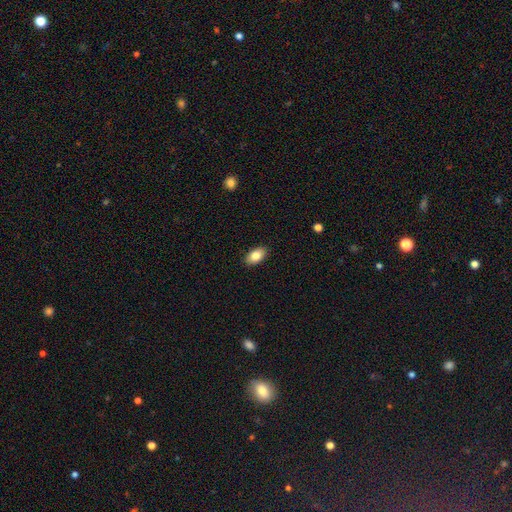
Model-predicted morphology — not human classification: Smooth or featured: smooth — 84% (featured or disk — 9%)
How rounded: in between — 93% (round — 5%)
Merging: none — 90% (minor disturbance — 7%)